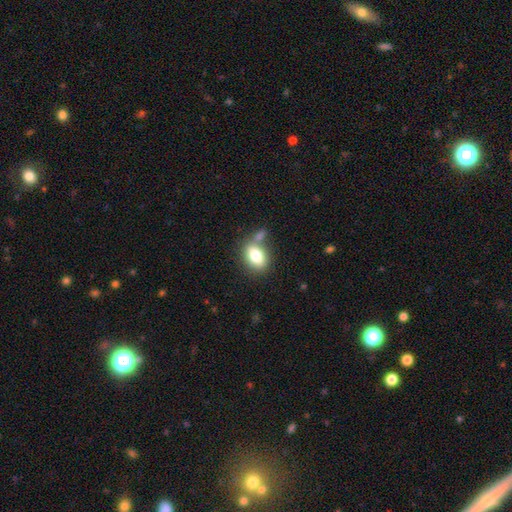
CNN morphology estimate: Smooth or featured? Predicted: smooth (p=0.77). How rounded? Predicted: in between (p=0.79). Merging? Predicted: none (p=0.57).